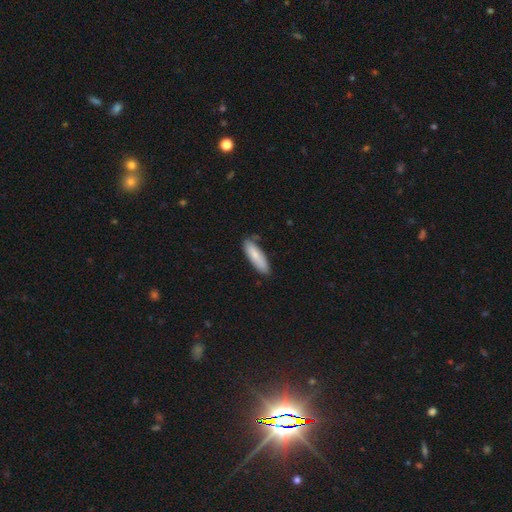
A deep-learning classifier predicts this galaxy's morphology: This appears to be a smooth galaxy with no disk features (80%) that is cigar-shaped (52%). Merging: none (77%).